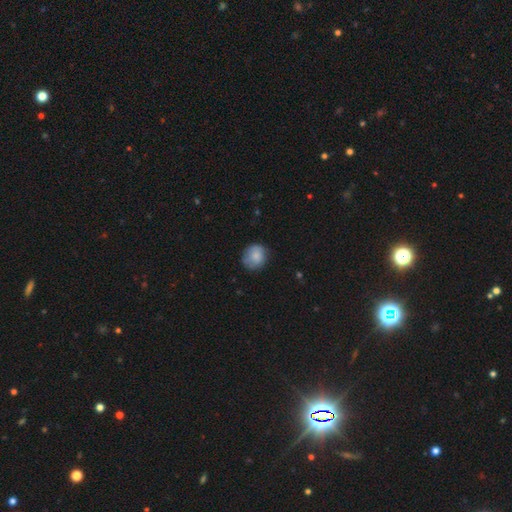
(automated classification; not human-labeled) Q: Smooth or featured?
A: smooth (83%); runner-up: featured or disk (10%)
Q: How rounded?
A: round (81%); runner-up: in between (18%)
Q: Merging?
A: none (76%); runner-up: minor disturbance (19%)